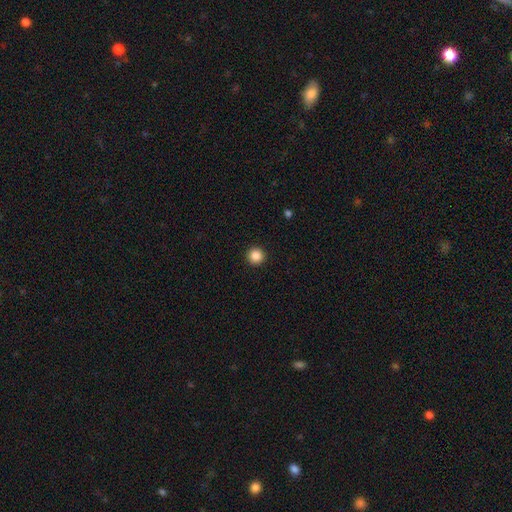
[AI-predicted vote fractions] Overall: smooth (87%). How rounded: round (96%). Merging: none (94%).